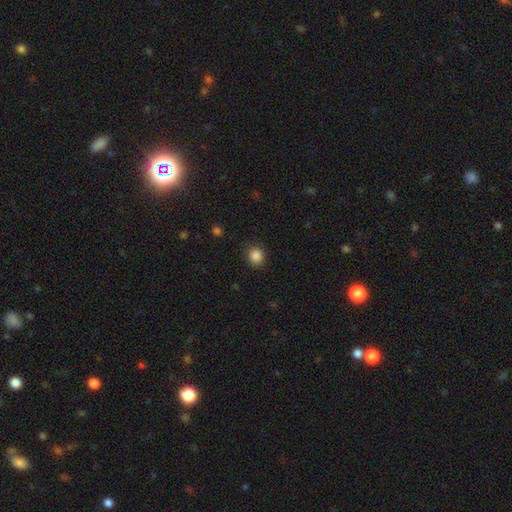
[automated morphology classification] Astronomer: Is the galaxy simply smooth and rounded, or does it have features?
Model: smooth — 87%.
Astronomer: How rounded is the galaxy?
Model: round — 86%.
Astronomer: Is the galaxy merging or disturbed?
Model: none — 89%.